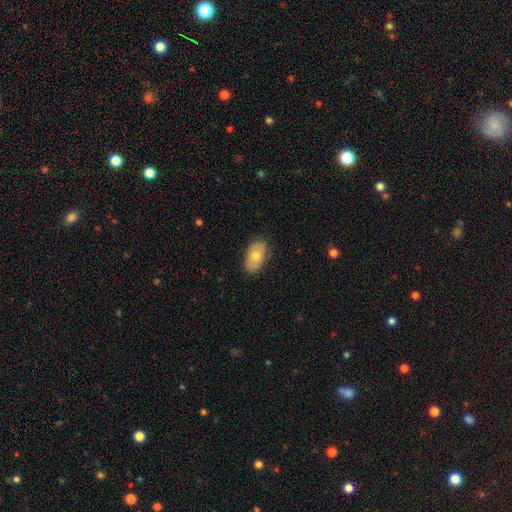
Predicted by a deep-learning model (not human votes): A smooth galaxy with no disk features (73%) that is in between round and cigar-shaped (93%).

Vote fractions:
- Smooth or featured? smooth: 73% / featured or disk: 20% / star or artifact: 7%
- How rounded? in between: 93% / round: 5% / cigar-shaped: 2%
- Merging? none: 85% / minor disturbance: 12% / major disturbance: 2% / merger: 1%